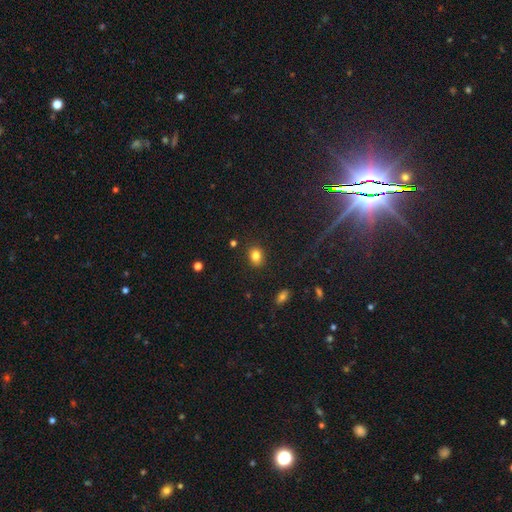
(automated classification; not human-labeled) A smooth galaxy with no disk features (82%) that is round (51%). Merging: none (88%).